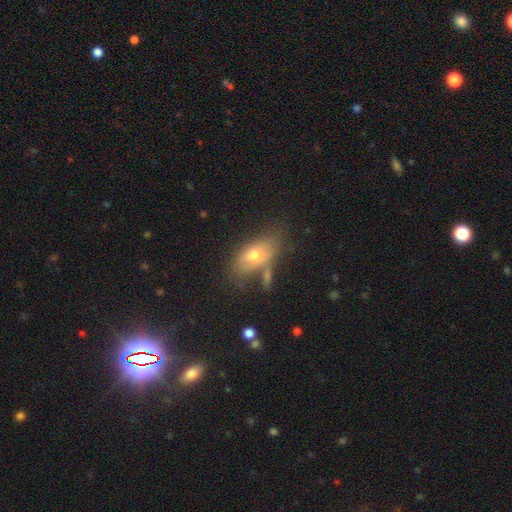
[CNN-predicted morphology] Smooth or featured? Predicted: smooth (p=0.64). How rounded? Predicted: in between (p=0.85). Merging? Predicted: none (p=0.57).